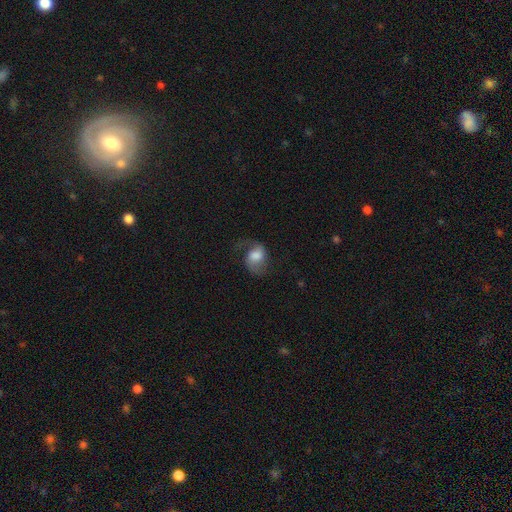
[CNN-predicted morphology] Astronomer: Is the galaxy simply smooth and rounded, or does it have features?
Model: featured or disk — 60%.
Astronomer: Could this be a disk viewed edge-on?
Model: no — 97%.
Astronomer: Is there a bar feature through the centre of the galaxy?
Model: no — 53% (runner-up: weak, 37%).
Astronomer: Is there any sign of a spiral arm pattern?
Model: yes — 92%.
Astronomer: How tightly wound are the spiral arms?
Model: loose — 63%.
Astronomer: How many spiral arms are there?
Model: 2 — 84%.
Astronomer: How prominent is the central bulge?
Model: large — 38% (runner-up: moderate, 32%).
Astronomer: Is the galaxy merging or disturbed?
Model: none — 58%.